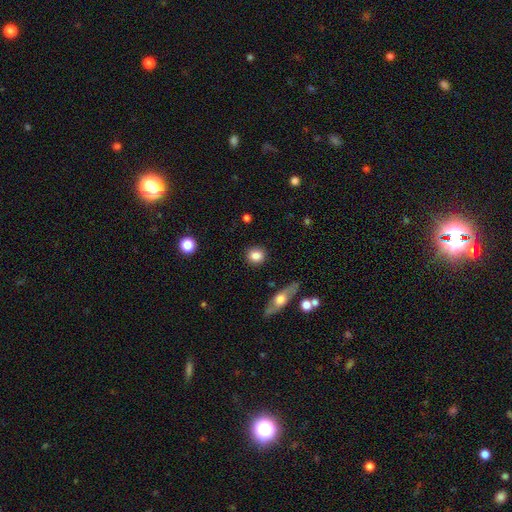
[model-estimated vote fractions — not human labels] The model was most divided on "how rounded": round: 82%, in between: 16%, cigar-shaped: 2%. More confident: merging — none (89%); smooth or featured — smooth (84%).